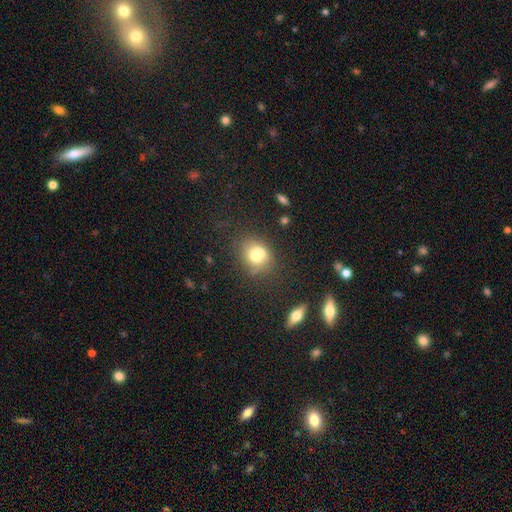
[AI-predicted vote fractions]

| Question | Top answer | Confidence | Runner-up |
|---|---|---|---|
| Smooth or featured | smooth | 67% | featured or disk (21%) |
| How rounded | round | 63% | in between (35%) |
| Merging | none | 44% | merger (36%) |